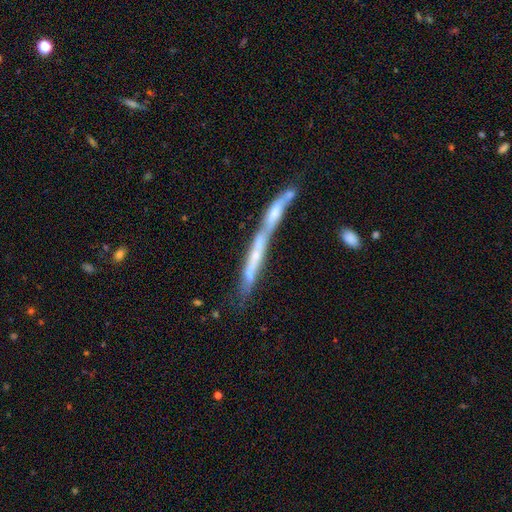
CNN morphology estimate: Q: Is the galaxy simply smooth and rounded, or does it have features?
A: featured or disk — 63%.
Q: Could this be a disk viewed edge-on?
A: yes — 80%.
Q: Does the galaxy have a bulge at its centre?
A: none — 71%.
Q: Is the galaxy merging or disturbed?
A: merger — 43%.